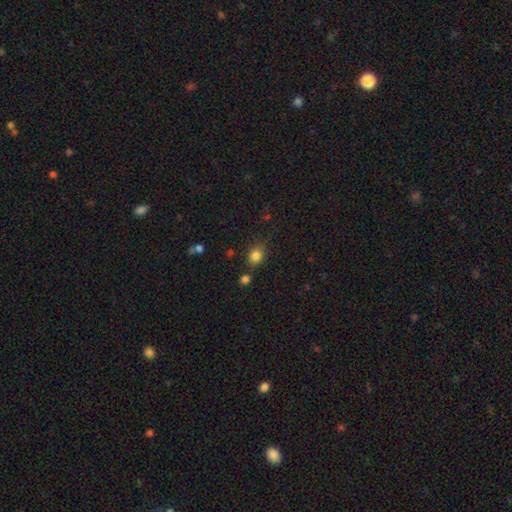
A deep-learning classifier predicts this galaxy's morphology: type=smooth (82%); roundness=round (55%); merging=none (75%).